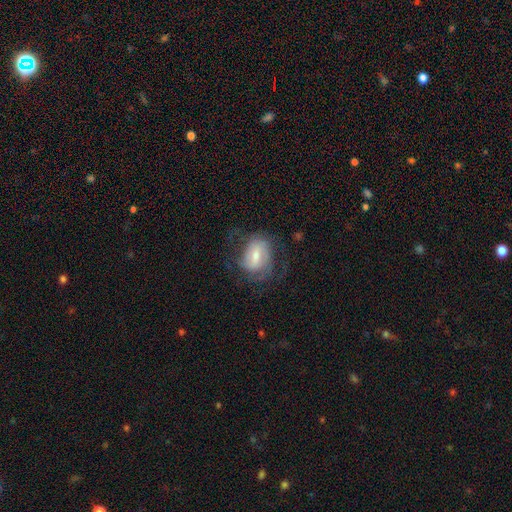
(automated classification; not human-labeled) featured or disk 61%, smooth 31%, star or artifact 8%. Down the decision tree: edge-on disk — no (96%); bar — weak (53%); spiral arms — yes (83%); bulge size — moderate (46%); merging — none (53%).